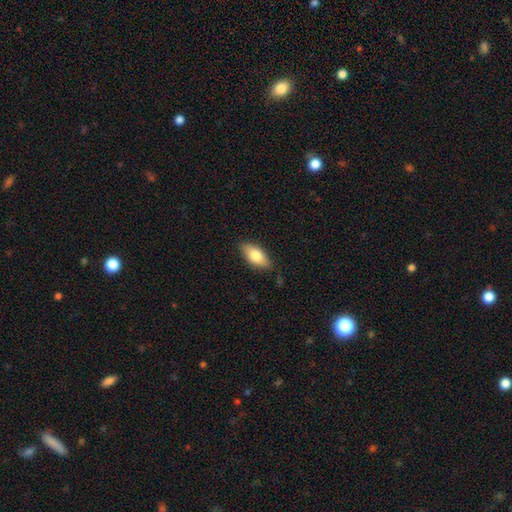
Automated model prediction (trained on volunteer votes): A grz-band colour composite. It shows a smooth galaxy with no disk features (77%) that is in between round and cigar-shaped (87%). Merging: none (82%).